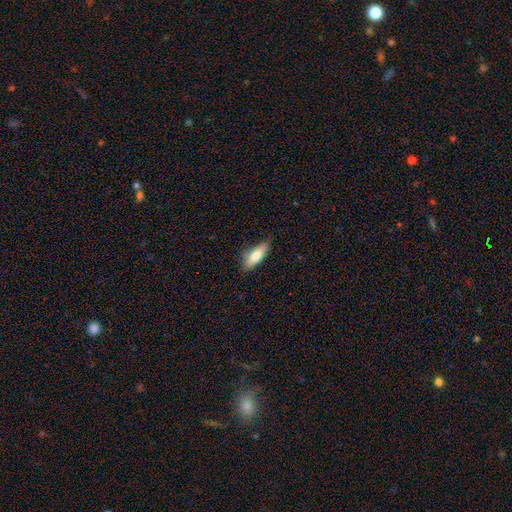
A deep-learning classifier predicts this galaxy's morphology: smooth_or_featured: smooth (p=0.77) [alt: featured or disk p=0.16]
how_rounded: in between (p=0.67) [alt: cigar-shaped p=0.31]
merging: none (p=0.79) [alt: minor disturbance p=0.17]